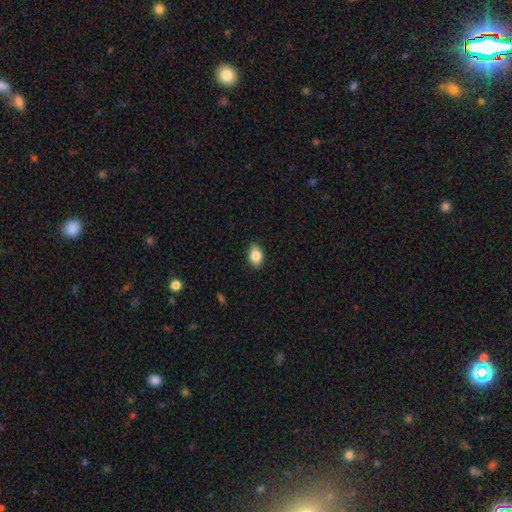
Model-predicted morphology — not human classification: A smooth galaxy with no disk features (85%) that is in between round and cigar-shaped (86%). Merging: none (88%).